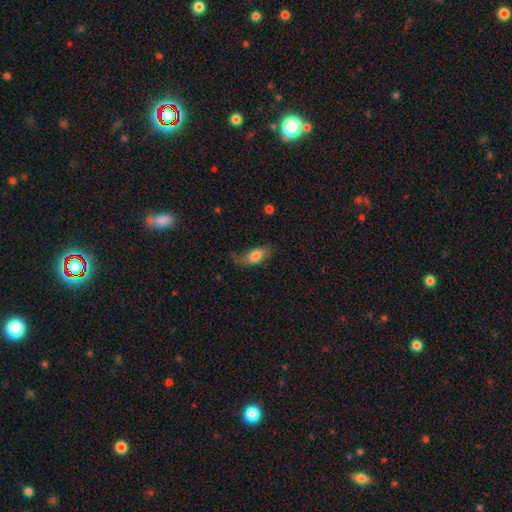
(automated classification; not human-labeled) A smooth galaxy with no disk features (68%) that is in between round and cigar-shaped (85%).

Vote fractions:
- Smooth or featured? smooth: 68% / featured or disk: 24% / star or artifact: 8%
- How rounded? in between: 85% / cigar-shaped: 10% / round: 5%
- Merging? none: 44% / minor disturbance: 29% / major disturbance: 24% / merger: 3%